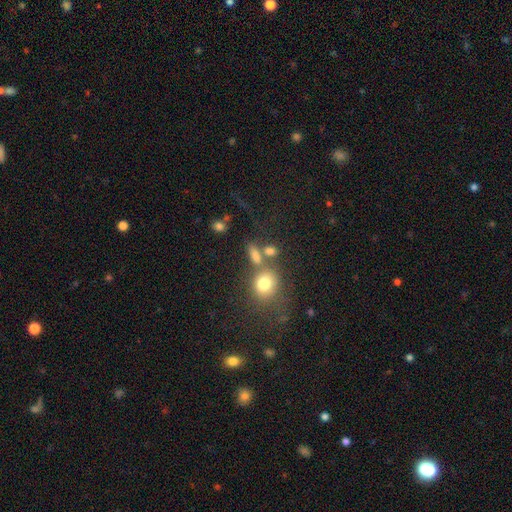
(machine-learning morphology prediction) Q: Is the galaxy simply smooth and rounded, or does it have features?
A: smooth — 74%.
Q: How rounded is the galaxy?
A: in between — 56%.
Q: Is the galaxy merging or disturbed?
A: none — 53%.